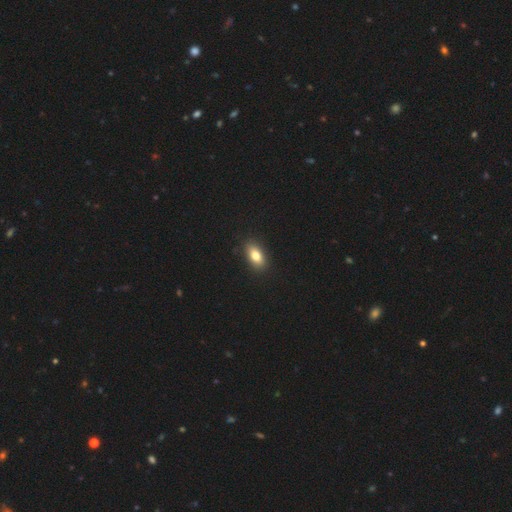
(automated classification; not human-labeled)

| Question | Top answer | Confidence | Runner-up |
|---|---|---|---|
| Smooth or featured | smooth | 80% | featured or disk (11%) |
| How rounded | in between | 87% | round (7%) |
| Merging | none | 89% | minor disturbance (8%) |